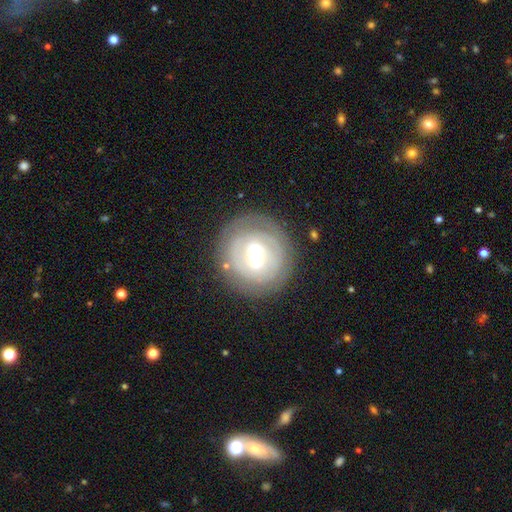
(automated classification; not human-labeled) This appears to be a featured or disk galaxy (58%) with a weak bar (41%), no spiral arms (57%) and a moderate central bulge (66%). Merging: none (80%).